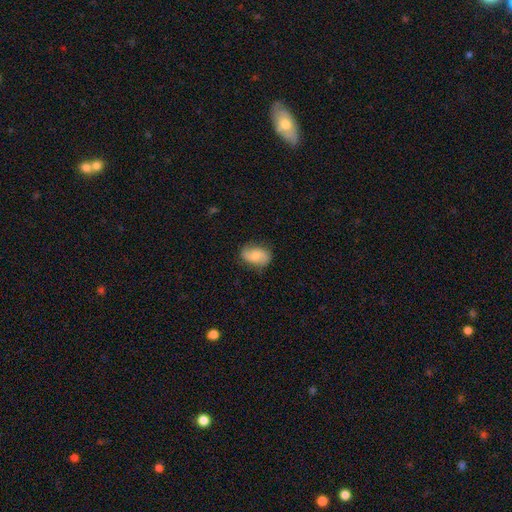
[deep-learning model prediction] smooth 55%, featured or disk 38%, star or artifact 8%. Down the decision tree: how rounded — in between (84%); merging — none (77%).